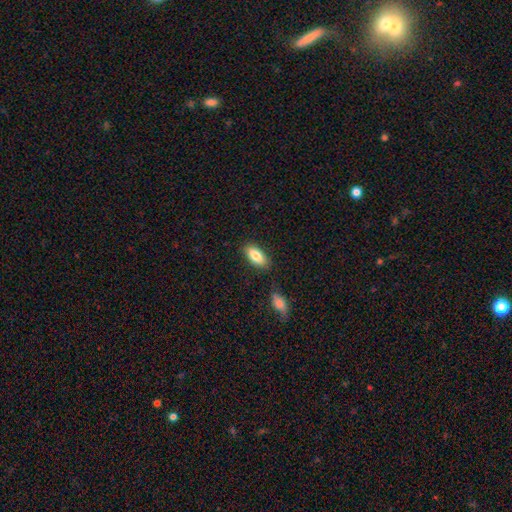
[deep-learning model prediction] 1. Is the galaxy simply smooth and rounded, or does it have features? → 82% smooth, 12% featured or disk, 7% star or artifact.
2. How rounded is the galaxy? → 86% in between, 11% cigar-shaped, 2% round.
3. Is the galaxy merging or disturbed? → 82% none, 11% minor disturbance, 4% merger, 3% major disturbance.